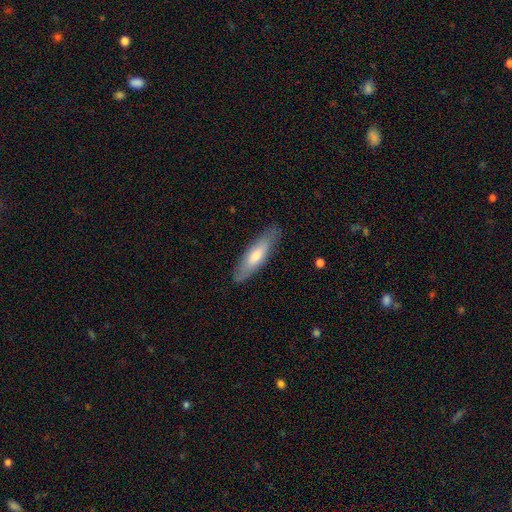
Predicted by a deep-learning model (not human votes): Smooth or featured? Predicted: smooth (p=0.63). How rounded? Predicted: cigar-shaped (p=0.63). Merging? Predicted: none (p=0.84).